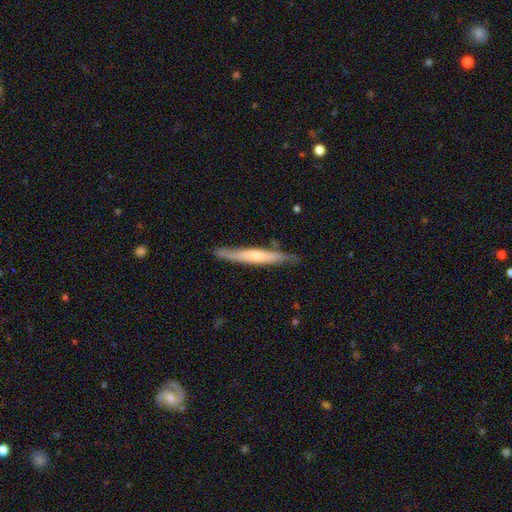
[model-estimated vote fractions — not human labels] Smooth or featured: featured or disk — 48% (smooth — 47%)
Merging: none — 78% (minor disturbance — 17%)